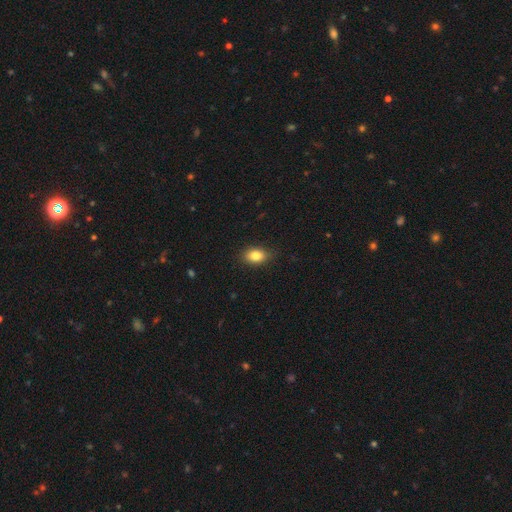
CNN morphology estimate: A smooth galaxy with no disk features (84%) that is in between round and cigar-shaped (82%). Merging: none (85%).